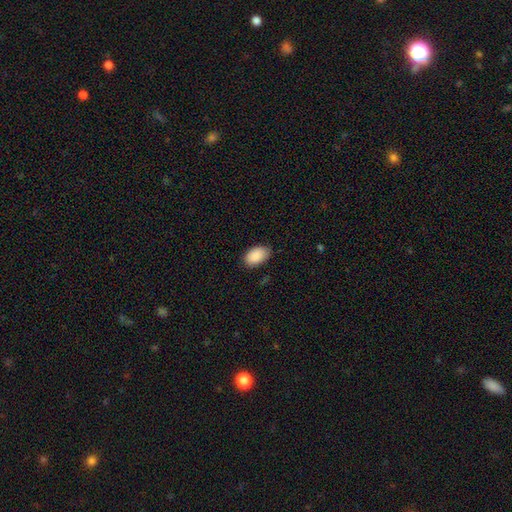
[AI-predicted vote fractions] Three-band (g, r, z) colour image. It shows a smooth galaxy with no disk features (90%) that is in between round and cigar-shaped (93%). Merging: none (81%).